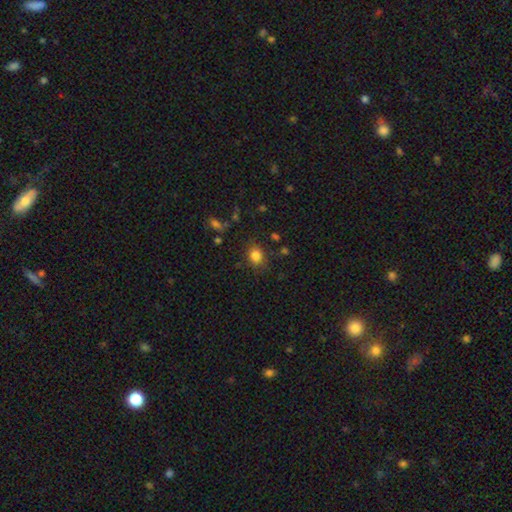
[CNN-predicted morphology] smooth-or-featured: smooth: 83% | star or artifact: 11% | featured or disk: 6%
  how-rounded: round: 59% | in between: 40% | cigar-shaped: 1%
  merging: none: 79% | minor disturbance: 14% | major disturbance: 5% | merger: 2%